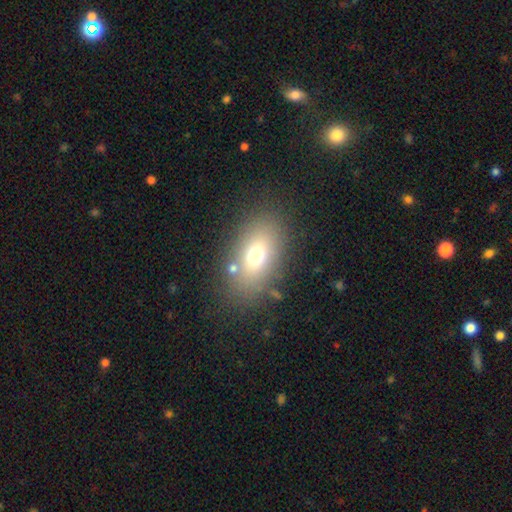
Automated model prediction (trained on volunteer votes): Overall: smooth (70%). How rounded: in between (84%). Merging: none (79%).